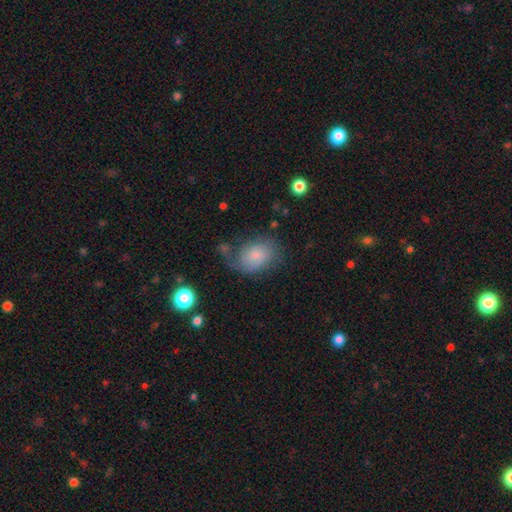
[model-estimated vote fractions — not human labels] smooth_or_featured: smooth (p=0.54) [alt: featured or disk p=0.37]
how_rounded: in between (p=0.69) [alt: round p=0.30]
merging: none (p=0.46) [alt: minor disturbance p=0.26]